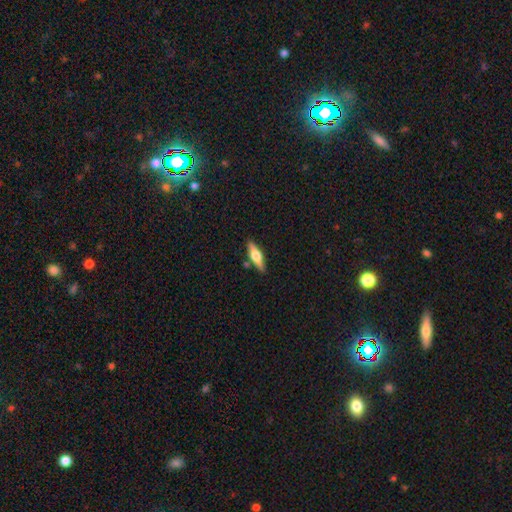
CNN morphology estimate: Smooth or featured: featured or disk — 52% (smooth — 42%)
Edge-on disk: yes — 94% (no — 6%)
Merging: none — 84% (minor disturbance — 10%)